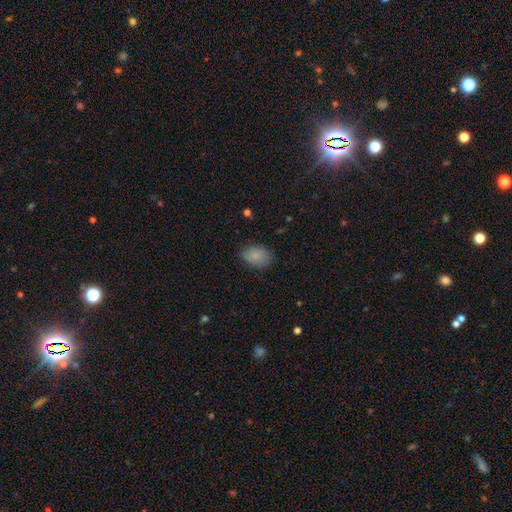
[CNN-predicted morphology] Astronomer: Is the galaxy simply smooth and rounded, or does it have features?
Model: smooth — 79%.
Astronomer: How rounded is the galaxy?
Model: in between — 73%.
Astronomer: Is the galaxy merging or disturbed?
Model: none — 71%.